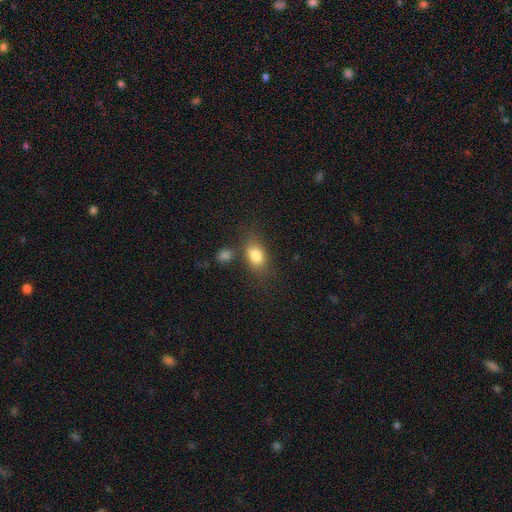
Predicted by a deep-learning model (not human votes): This appears to be a smooth galaxy with no disk features (81%) that is in between round and cigar-shaped (79%). Merging: none (62%).